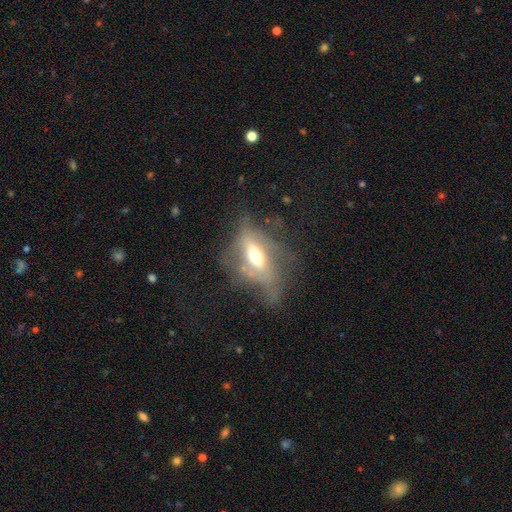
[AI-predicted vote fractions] Smooth or featured? featured or disk (53%)
Edge-on disk? no (63%)
Merging? major disturbance (41%)